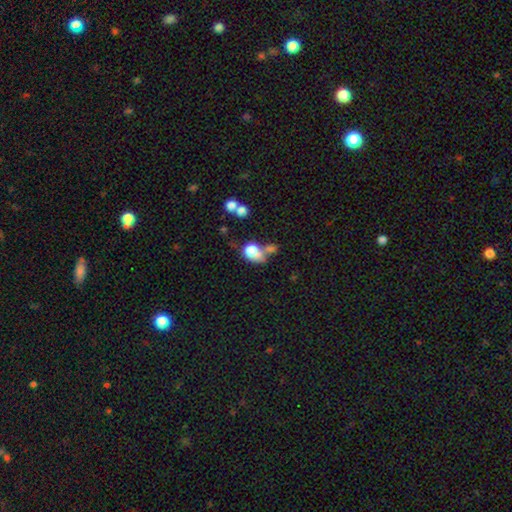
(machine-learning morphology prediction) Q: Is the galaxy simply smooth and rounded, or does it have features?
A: smooth — 71%.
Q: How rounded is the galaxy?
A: in between — 58%.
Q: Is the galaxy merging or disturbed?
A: merger — 43%.